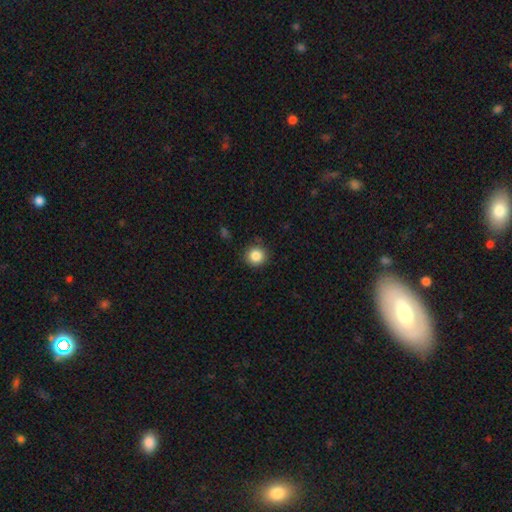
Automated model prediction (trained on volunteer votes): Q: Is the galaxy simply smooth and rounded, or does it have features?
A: smooth — 85%.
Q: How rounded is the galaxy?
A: round — 94%.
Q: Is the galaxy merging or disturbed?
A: none — 88%.